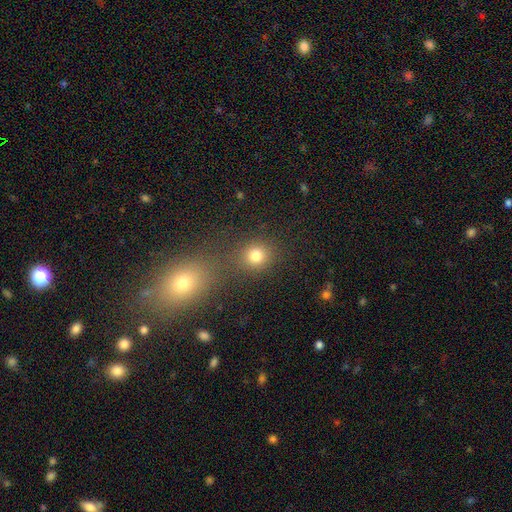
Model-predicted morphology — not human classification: Q: Smooth or featured?
A: smooth (78%); runner-up: star or artifact (15%)
Q: How rounded?
A: round (81%); runner-up: in between (17%)
Q: Merging?
A: none (69%); runner-up: merger (19%)